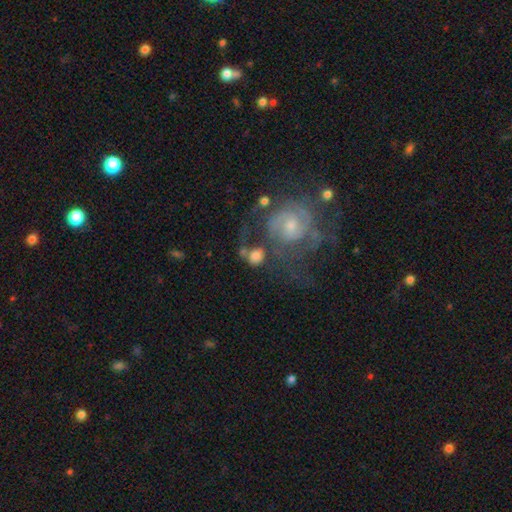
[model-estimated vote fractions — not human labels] smooth-or-featured: smooth: 55% | featured or disk: 35% | star or artifact: 10%
  how-rounded: round: 75% | in between: 23% | cigar-shaped: 2%
  merging: none: 45% | merger: 24% | minor disturbance: 17% | major disturbance: 15%